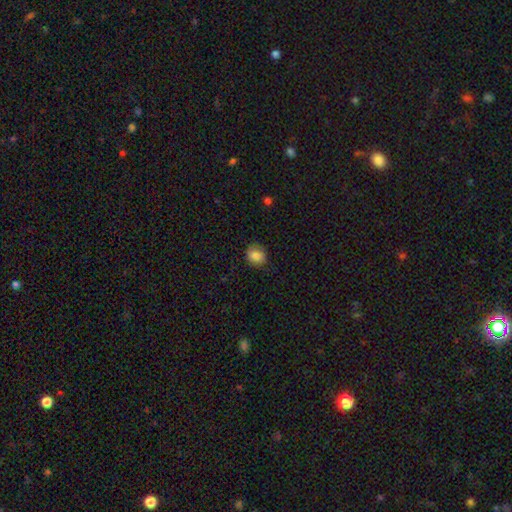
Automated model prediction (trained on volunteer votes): Smooth or featured? smooth (85%)
How rounded? round (70%)
Merging? none (83%)